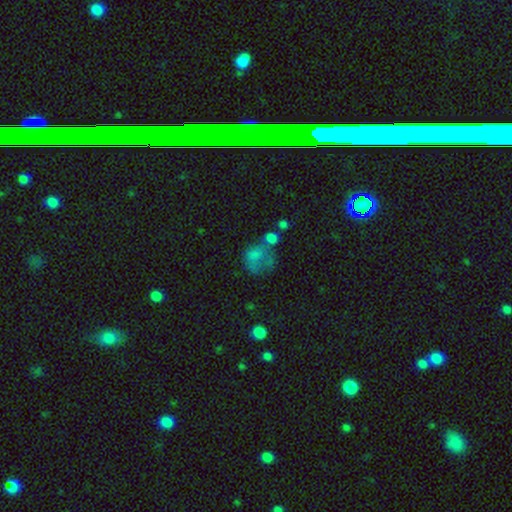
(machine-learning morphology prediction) Smooth or featured? smooth (64%)
How rounded? round (62%)
Merging? major disturbance (31%)